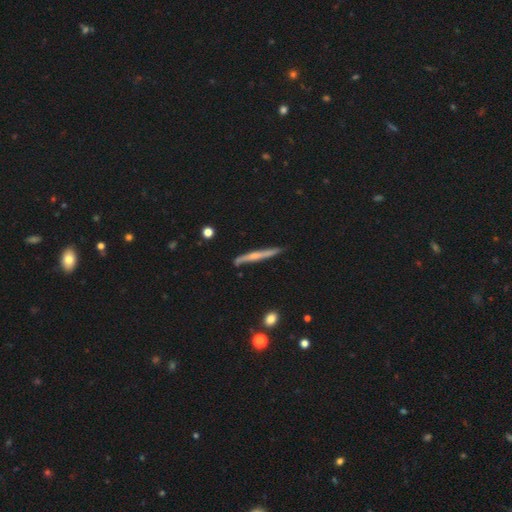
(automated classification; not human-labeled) The model was most divided on "edge-on bulge": rounded: 46%, none: 45%, boxy: 9%. More confident: edge-on disk — yes (94%); merging — none (82%); smooth or featured — featured or disk (57%).